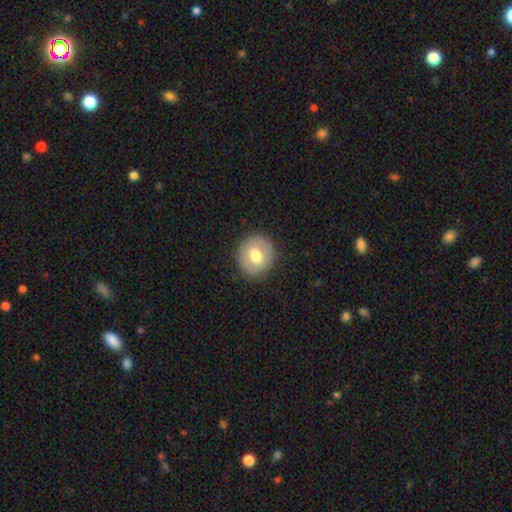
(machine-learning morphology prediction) Smooth or featured? smooth (68%)
How rounded? round (89%)
Merging? none (88%)